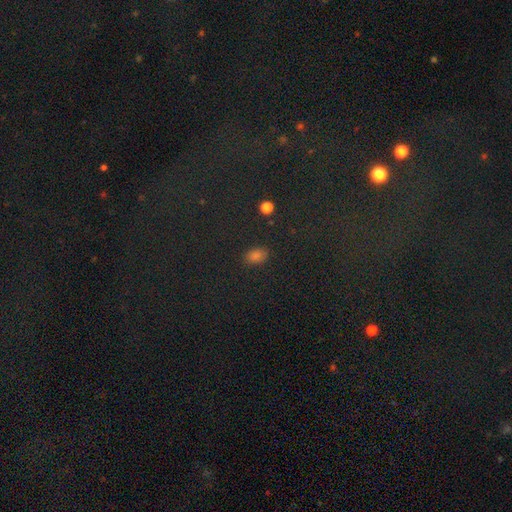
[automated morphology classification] smooth_or_featured: smooth (p=0.75) [alt: star or artifact p=0.20]
how_rounded: in between (p=0.87) [alt: round p=0.11]
merging: none (p=0.87) [alt: minor disturbance p=0.09]